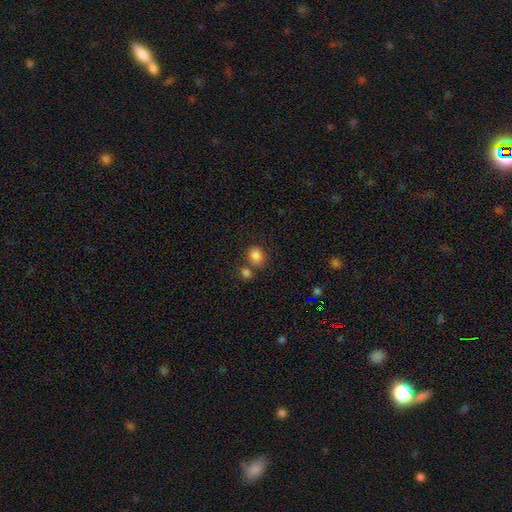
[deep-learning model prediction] A smooth galaxy with no disk features (84%) that is round (65%). Merging: none (63%).